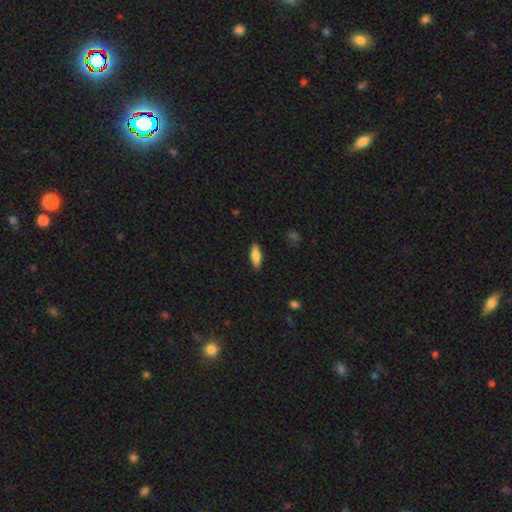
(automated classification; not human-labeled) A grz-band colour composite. It shows a smooth galaxy with no disk features (73%) that is in between round and cigar-shaped (59%). Merging: none (87%).